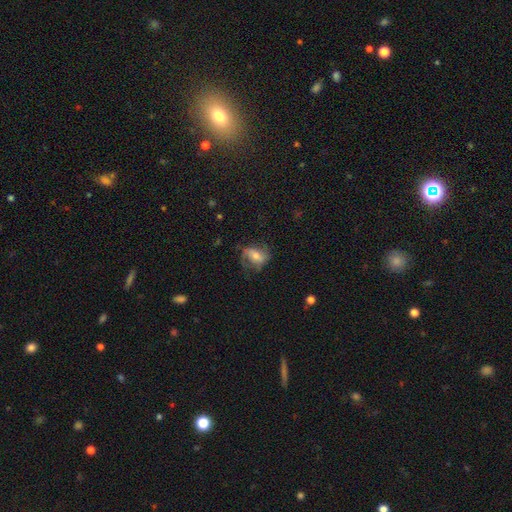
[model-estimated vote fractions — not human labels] smooth_or_featured: featured or disk (p=0.50) [alt: smooth p=0.41]
merging: none (p=0.54) [alt: minor disturbance p=0.24]